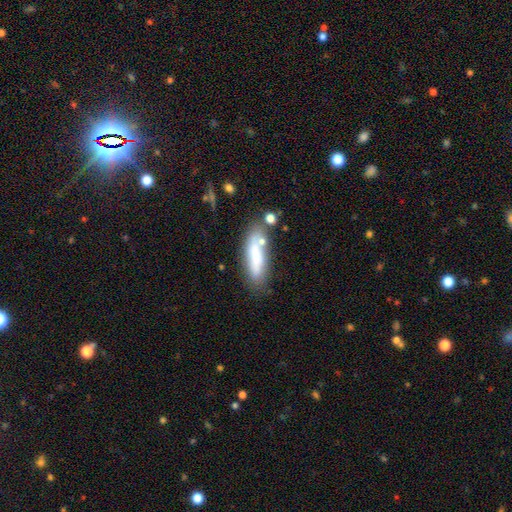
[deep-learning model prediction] A smooth galaxy with no disk features (68%) that is cigar-shaped (57%).

Vote fractions:
- Smooth or featured? smooth: 68% / featured or disk: 24% / star or artifact: 8%
- How rounded? cigar-shaped: 57% / in between: 41% / round: 2%
- Merging? none: 61% / minor disturbance: 19% / merger: 12% / major disturbance: 8%